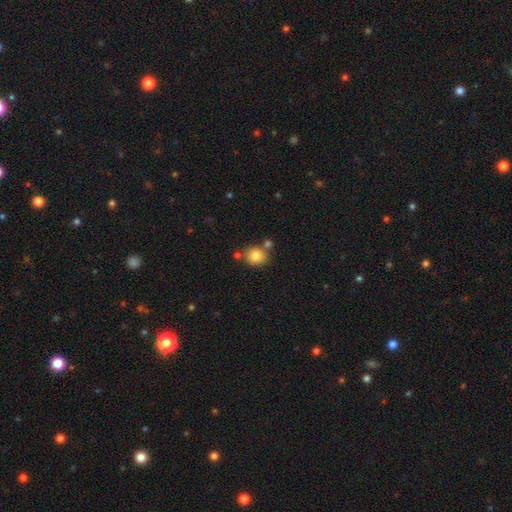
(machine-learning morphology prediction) smooth_or_featured: smooth (p=0.83) [alt: star or artifact p=0.10]
how_rounded: round (p=0.78) [alt: in between p=0.22]
merging: none (p=0.67) [alt: merger p=0.18]